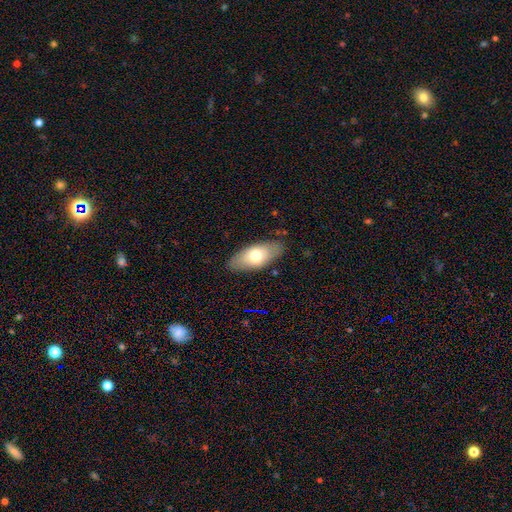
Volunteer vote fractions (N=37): Volunteers were most divided on "smooth or featured": smooth: 78%, featured or disk: 22%, star or artifact: 0%. More confident: how rounded — in between (97%); merging — none (86%).